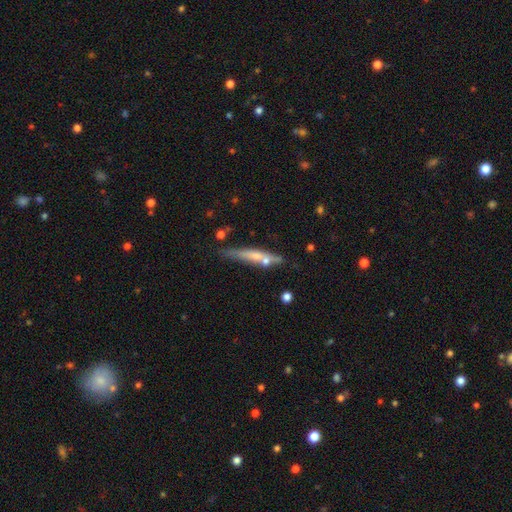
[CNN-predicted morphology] smooth_or_featured: featured or disk (p=0.48) [alt: smooth p=0.44]
merging: none (p=0.66) [alt: minor disturbance p=0.18]